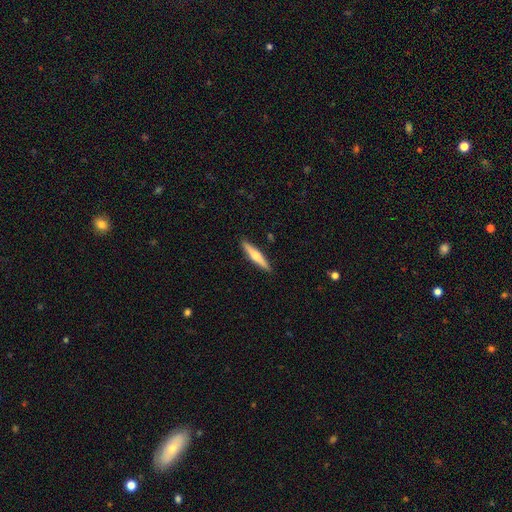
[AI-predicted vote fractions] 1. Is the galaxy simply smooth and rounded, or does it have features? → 50% featured or disk, 44% smooth, 5% star or artifact.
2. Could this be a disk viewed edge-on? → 97% yes, 3% no.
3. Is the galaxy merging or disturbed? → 91% none, 6% minor disturbance, 1% major disturbance, 1% merger.